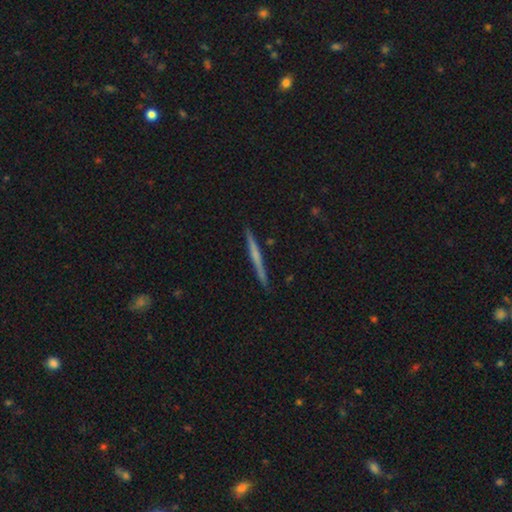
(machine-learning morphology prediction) Smooth or featured? featured or disk (51%)
Edge-on disk? yes (98%)
Edge-on bulge? none (80%)
Merging? none (91%)